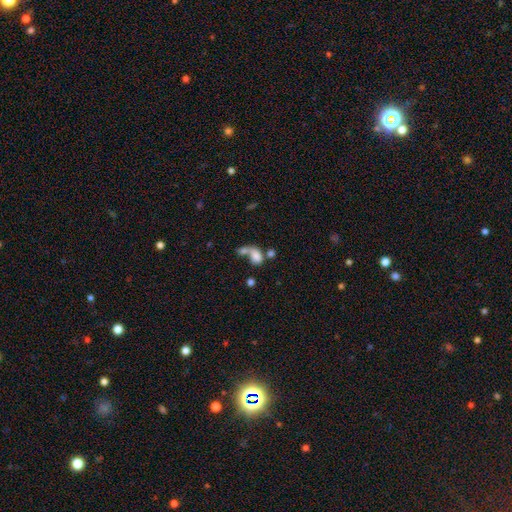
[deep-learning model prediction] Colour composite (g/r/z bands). It shows a smooth galaxy with no disk features (74%) that is in between round and cigar-shaped (79%). Merging: merger (59%).